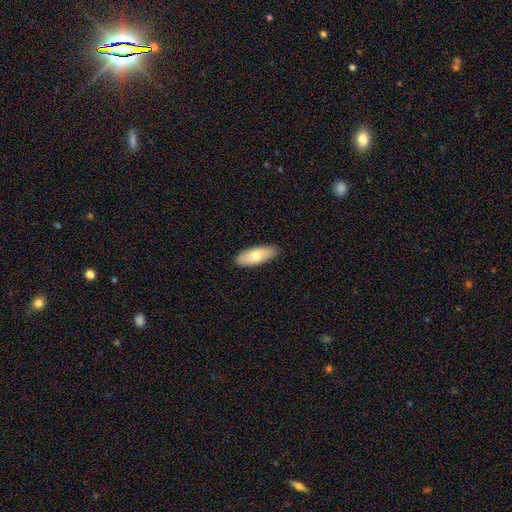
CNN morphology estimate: type=smooth (72%); roundness=in between (76%); merging=none (87%).